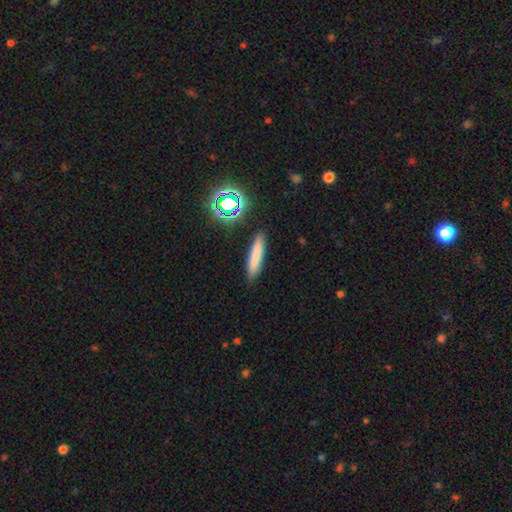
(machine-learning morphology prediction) smooth 75%, featured or disk 14%, star or artifact 12%. Down the decision tree: how rounded — cigar-shaped (88%); merging — none (88%).